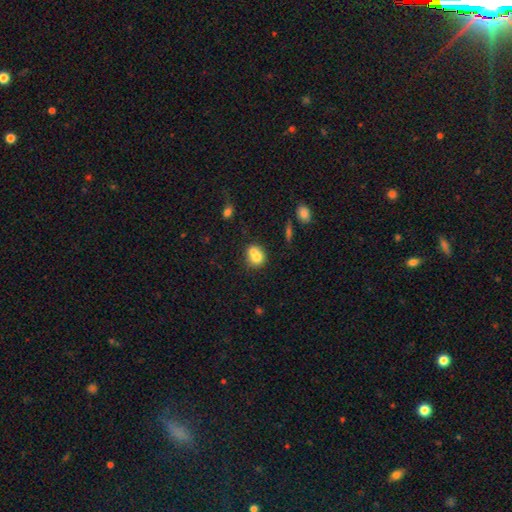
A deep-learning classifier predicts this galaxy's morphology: This is likely a smooth galaxy (71%). How rounded: likely round (68%). Merging: possibly merger (55%).